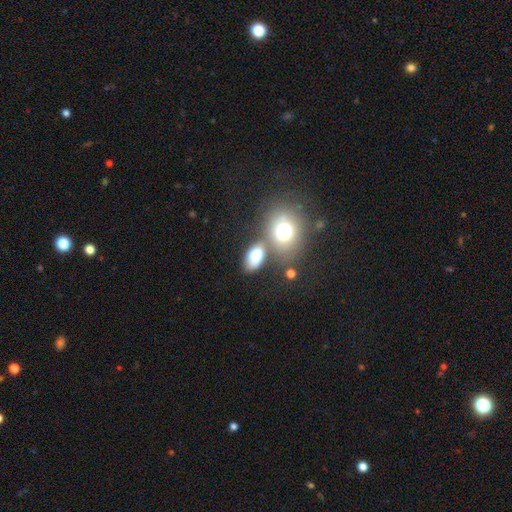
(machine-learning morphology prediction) Smooth or featured?
  - smooth: 75% *
  - star or artifact: 13%
  - featured or disk: 12%
How rounded?
  - in between: 84% *
  - round: 14%
  - cigar-shaped: 2%
Merging?
  - none: 52% *
  - merger: 25%
  - minor disturbance: 16%
  - major disturbance: 8%